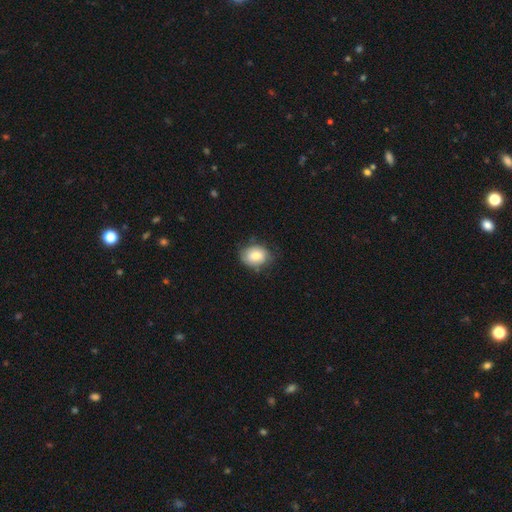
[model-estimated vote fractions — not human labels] This appears to be a smooth galaxy with no disk features (74%) that is round (52%). Merging: none (68%).